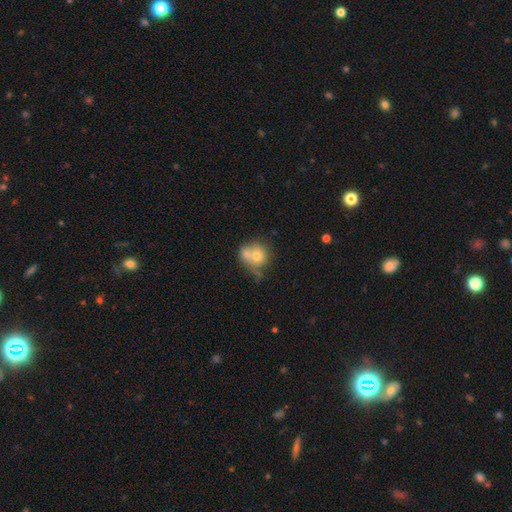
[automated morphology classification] Smooth or featured: smooth — 69% (featured or disk — 23%)
How rounded: round — 78% (in between — 21%)
Merging: merger — 55% (none — 27%)